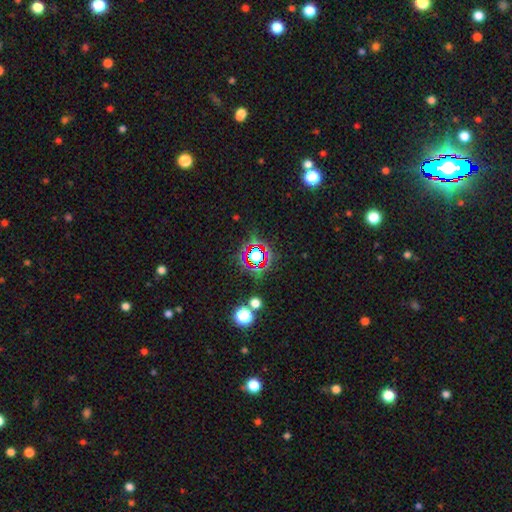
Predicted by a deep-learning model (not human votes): The model was most divided on "smooth or featured": star or artifact: 63%, smooth: 24%, featured or disk: 13%.